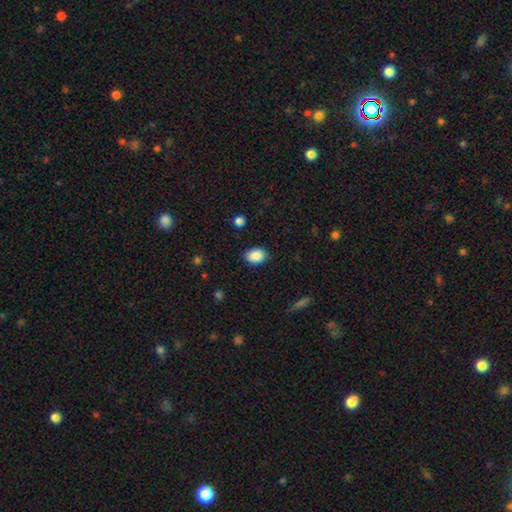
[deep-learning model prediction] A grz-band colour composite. It shows a smooth galaxy with no disk features (89%) that is in between round and cigar-shaped (76%). Merging: none (85%).